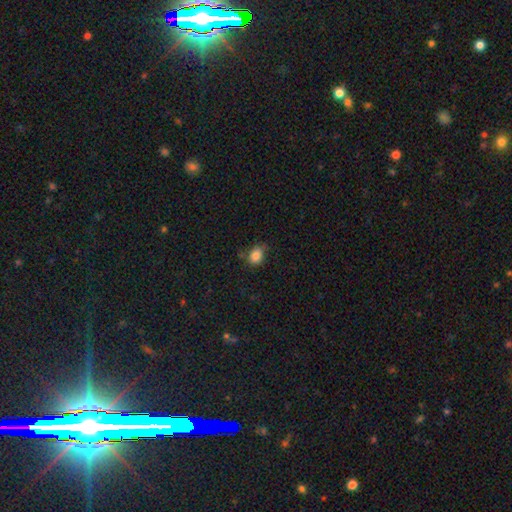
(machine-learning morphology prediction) smooth 85%, star or artifact 10%, featured or disk 5%. Down the decision tree: how rounded — in between (62%); merging — none (66%).